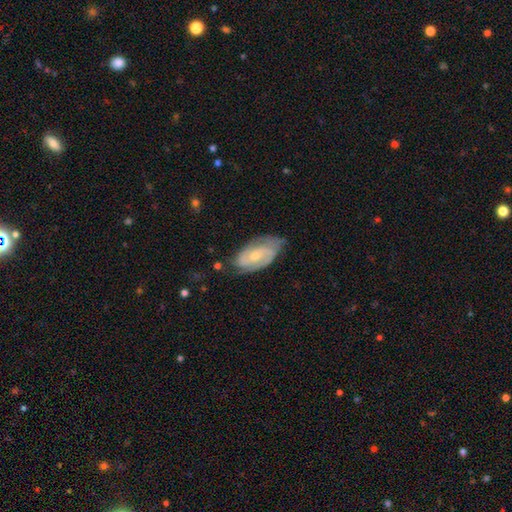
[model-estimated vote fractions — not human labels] A featured or disk galaxy (77%) with no bar (54%), 2 (73%) tight (49%) spiral arms (93%) and a small central bulge (58%).

Vote fractions:
- Smooth or featured? featured or disk: 77% / smooth: 18% / star or artifact: 6%
- Edge-on disk? no: 95% / yes: 5%
- Bar? no: 54% / weak: 37% / strong: 9%
- Spiral arms? yes: 93% / no: 7%
- Spiral winding? tight: 49% / medium: 39% / loose: 12%
- Spiral arm count? 2: 73% / can't tell: 15% / 3: 6% / 1: 3% / 4: 2% / more than 4: 2%
- Bulge size? small: 58% / moderate: 38% / none: 2% / large: 2% / dominant: 1%
- Merging? none: 66% / minor disturbance: 25% / major disturbance: 7% / merger: 2%